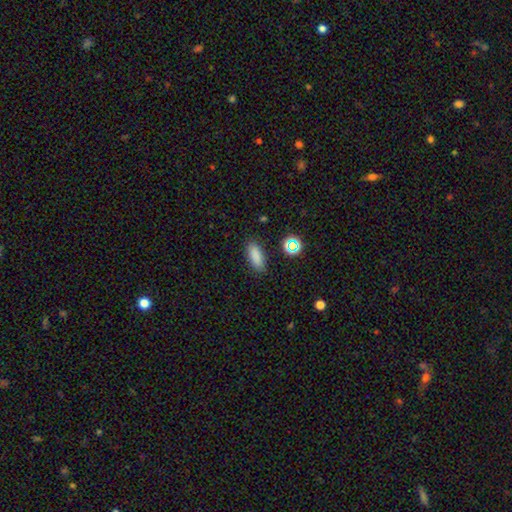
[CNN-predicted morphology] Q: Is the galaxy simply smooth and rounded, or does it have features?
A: smooth — 83%.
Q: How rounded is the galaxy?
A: in between — 76%.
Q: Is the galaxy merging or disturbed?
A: none — 86%.